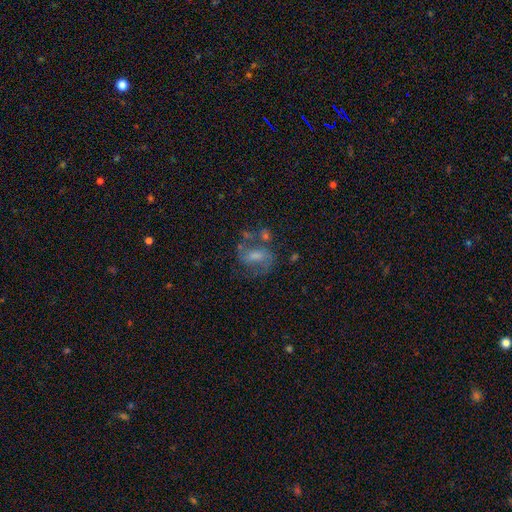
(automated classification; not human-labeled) Smooth or featured? Predicted: featured or disk (p=0.69). Edge-on disk? Predicted: no (p=0.96). Bar? Predicted: weak (p=0.48). Spiral arms? Predicted: yes (p=0.87). Spiral winding? Predicted: medium (p=0.55). Spiral arm count? Predicted: 2 (p=0.82). Bulge size? Predicted: moderate (p=0.43). Merging? Predicted: none (p=0.58).